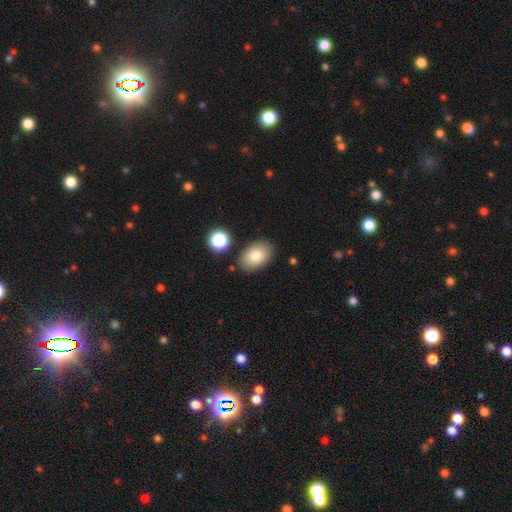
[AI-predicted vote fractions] A smooth galaxy with no disk features (80%) that is in between round and cigar-shaped (86%).

Vote fractions:
- Smooth or featured? smooth: 80% / featured or disk: 11% / star or artifact: 9%
- How rounded? in between: 86% / round: 13% / cigar-shaped: 1%
- Merging? none: 84% / minor disturbance: 10% / merger: 4% / major disturbance: 3%